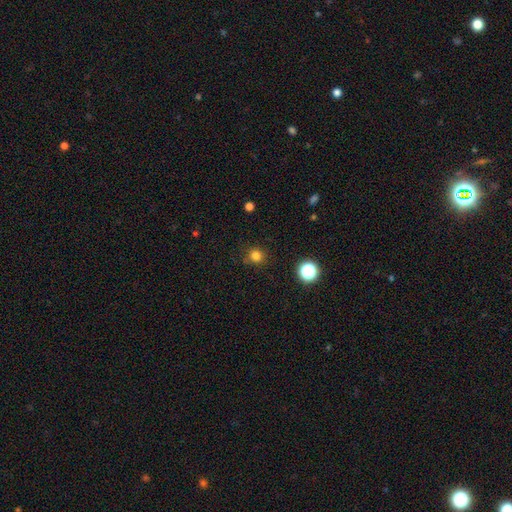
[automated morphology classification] The model was most divided on "smooth or featured": smooth: 79%, star or artifact: 16%, featured or disk: 4%. More confident: how rounded — round (93%); merging — none (86%).